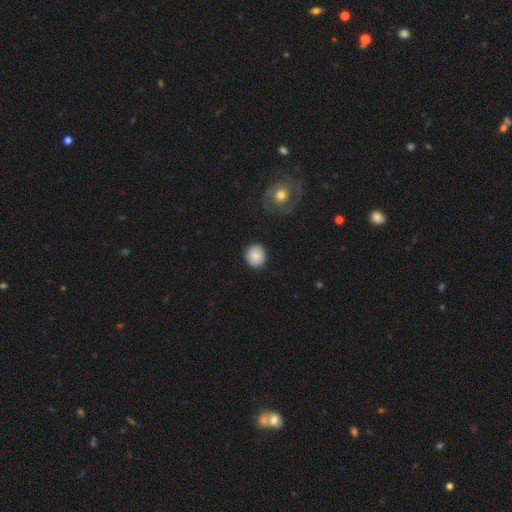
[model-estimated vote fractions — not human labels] Smooth or featured?
  - smooth: 87% *
  - star or artifact: 7%
  - featured or disk: 6%
How rounded?
  - round: 89% *
  - in between: 10%
  - cigar-shaped: 1%
Merging?
  - none: 90% *
  - minor disturbance: 7%
  - major disturbance: 2%
  - merger: 1%